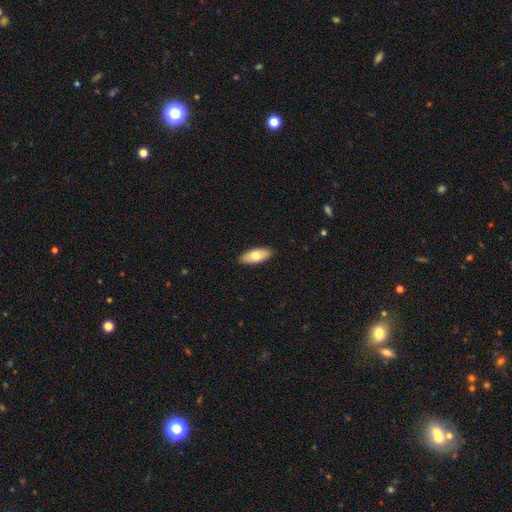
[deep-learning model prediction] A smooth galaxy with no disk features (72%) that is in between round and cigar-shaped (85%). Merging: none (90%).